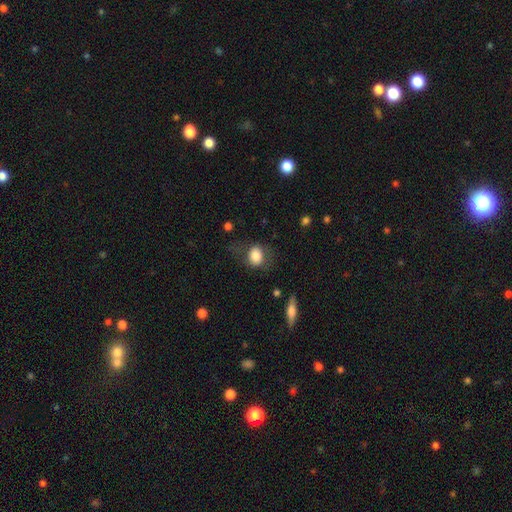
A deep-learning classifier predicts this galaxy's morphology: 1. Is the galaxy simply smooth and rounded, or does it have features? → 79% smooth, 13% featured or disk, 8% star or artifact.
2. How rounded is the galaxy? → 55% in between, 43% round, 1% cigar-shaped.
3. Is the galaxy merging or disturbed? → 62% none, 22% minor disturbance, 14% major disturbance, 2% merger.